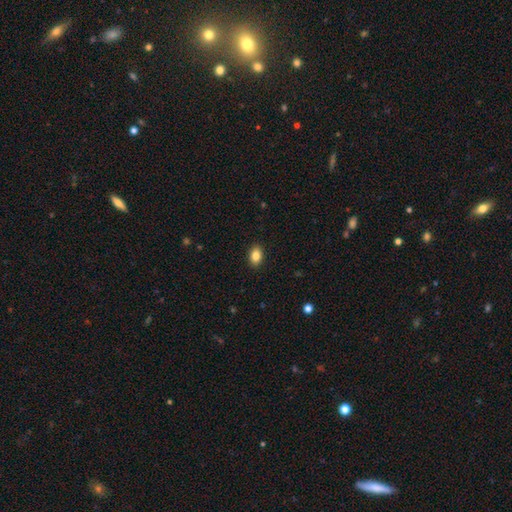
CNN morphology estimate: Smooth or featured? Predicted: smooth (p=0.86). How rounded? Predicted: in between (p=0.84). Merging? Predicted: none (p=0.90).